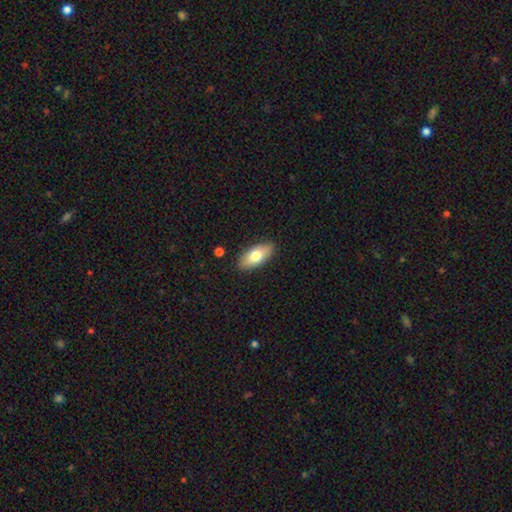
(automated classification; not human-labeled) smooth_or_featured: smooth (p=0.75) [alt: featured or disk p=0.18]
how_rounded: in between (p=0.89) [alt: cigar-shaped p=0.08]
merging: none (p=0.87) [alt: minor disturbance p=0.09]